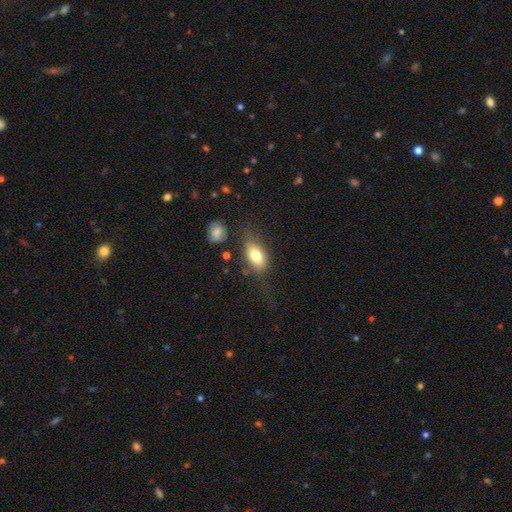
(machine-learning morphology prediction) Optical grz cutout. It shows a smooth galaxy with no disk features (75%) that is in between round and cigar-shaped (86%). Merging: none (54%).